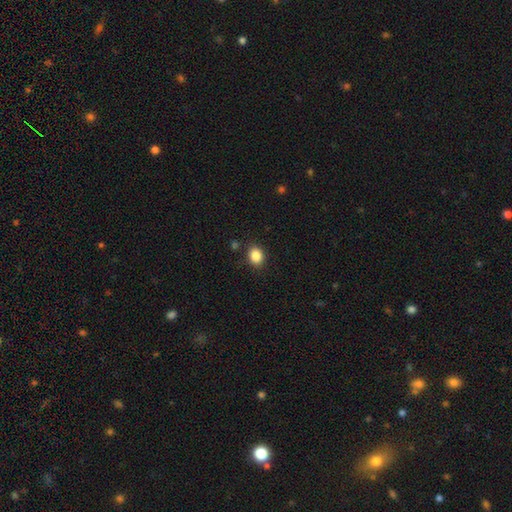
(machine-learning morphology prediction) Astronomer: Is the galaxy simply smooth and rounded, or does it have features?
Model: smooth — 86%.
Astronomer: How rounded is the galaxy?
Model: in between — 52% (runner-up: round, 47%).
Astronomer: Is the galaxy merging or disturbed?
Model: none — 85%.